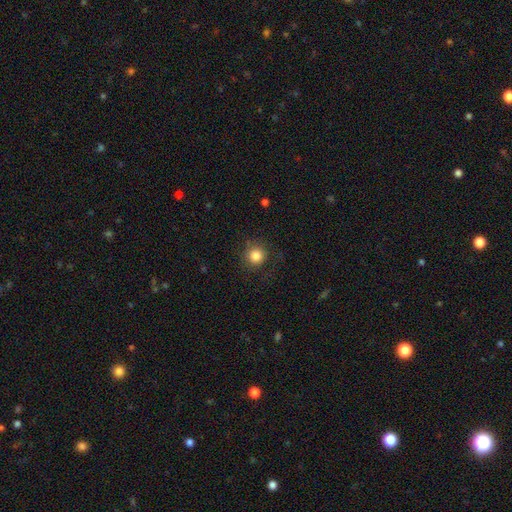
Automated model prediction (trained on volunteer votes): Smooth or featured? Predicted: smooth (p=0.84). How rounded? Predicted: round (p=0.92). Merging? Predicted: none (p=0.81).